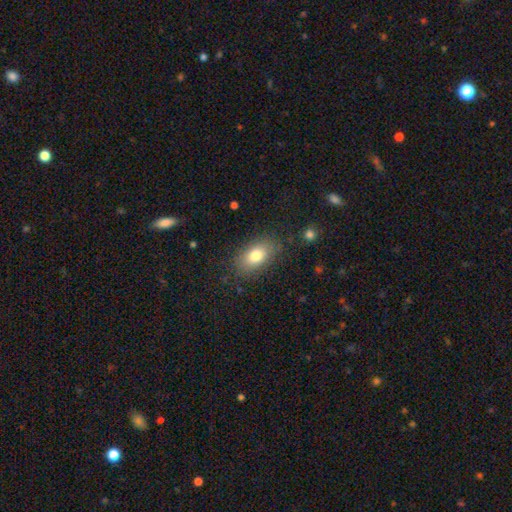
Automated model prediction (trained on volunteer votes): Q: Smooth or featured?
A: smooth (79%); runner-up: featured or disk (13%)
Q: How rounded?
A: in between (88%); runner-up: round (9%)
Q: Merging?
A: none (82%); runner-up: minor disturbance (12%)